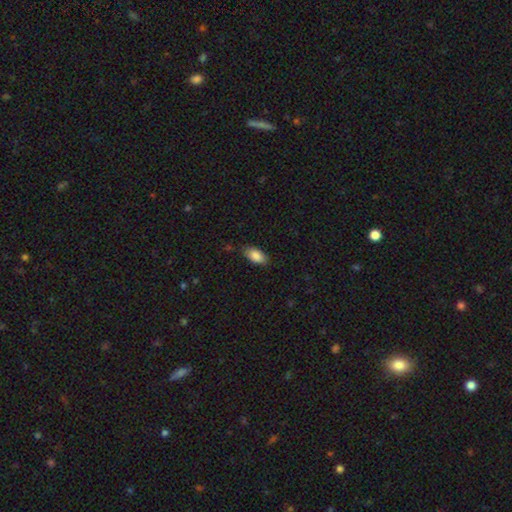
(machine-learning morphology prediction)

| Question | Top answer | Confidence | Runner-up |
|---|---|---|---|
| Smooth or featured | smooth | 87% | star or artifact (7%) |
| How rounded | in between | 92% | cigar-shaped (5%) |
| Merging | none | 80% | minor disturbance (15%) |